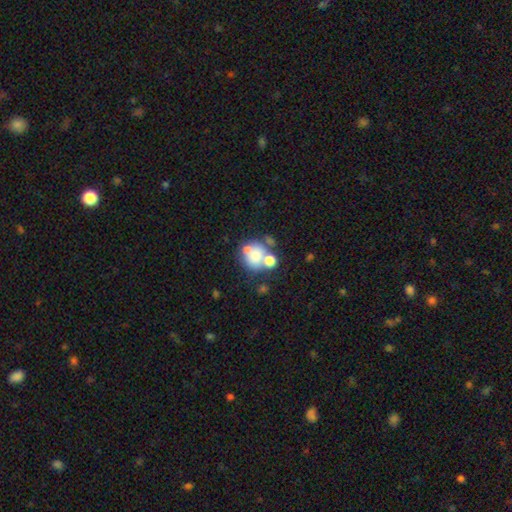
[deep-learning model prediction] Smooth or featured: smooth — 63% (featured or disk — 24%)
How rounded: round — 75% (in between — 24%)
Merging: merger — 41% (none — 39%)